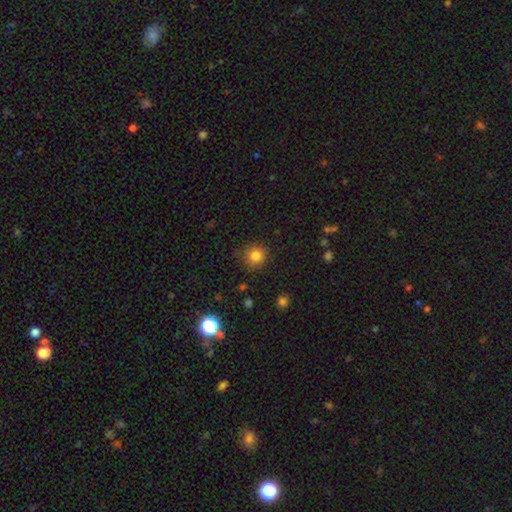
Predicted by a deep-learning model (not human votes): The model was most divided on "smooth or featured": smooth: 82%, star or artifact: 13%, featured or disk: 6%. More confident: how rounded — round (91%); merging — none (86%).